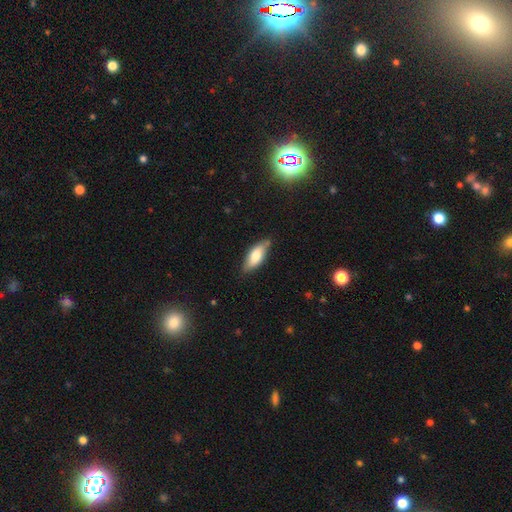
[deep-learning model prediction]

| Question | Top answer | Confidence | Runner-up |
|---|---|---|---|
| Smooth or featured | smooth | 70% | featured or disk (23%) |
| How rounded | in between | 74% | cigar-shaped (24%) |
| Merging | none | 74% | minor disturbance (20%) |